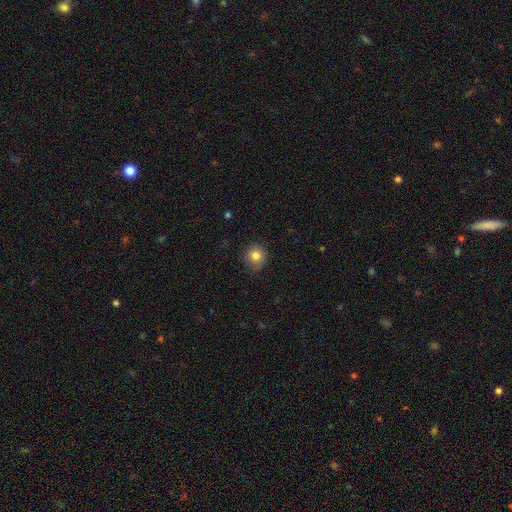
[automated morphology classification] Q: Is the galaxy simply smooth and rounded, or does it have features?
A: smooth — 82%.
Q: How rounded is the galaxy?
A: round — 89%.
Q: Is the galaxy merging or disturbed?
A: none — 85%.